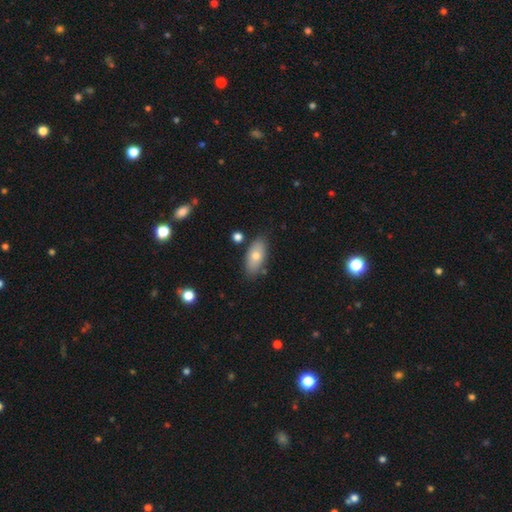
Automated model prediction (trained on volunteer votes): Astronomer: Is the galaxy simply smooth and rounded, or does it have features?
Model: smooth — 72%.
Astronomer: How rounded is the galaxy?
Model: in between — 89%.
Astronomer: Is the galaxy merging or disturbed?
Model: none — 79%.